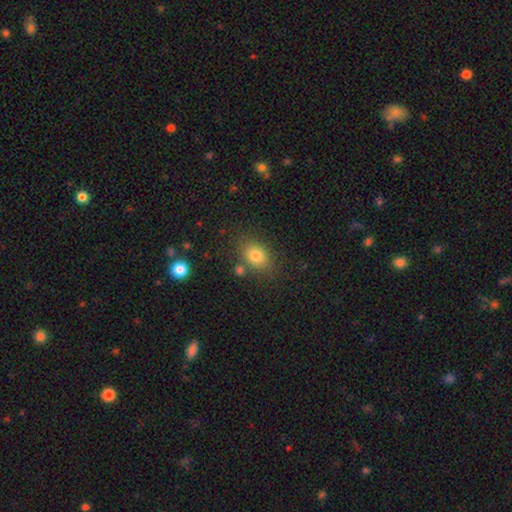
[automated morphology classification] A smooth galaxy with no disk features (79%) that is in between round and cigar-shaped (64%). Merging: none (74%).